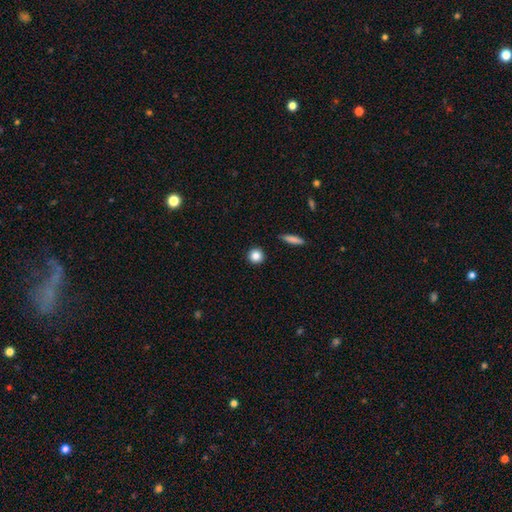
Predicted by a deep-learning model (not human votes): Smooth or featured: smooth — 84% (star or artifact — 10%)
How rounded: round — 93% (in between — 5%)
Merging: none — 92% (minor disturbance — 5%)